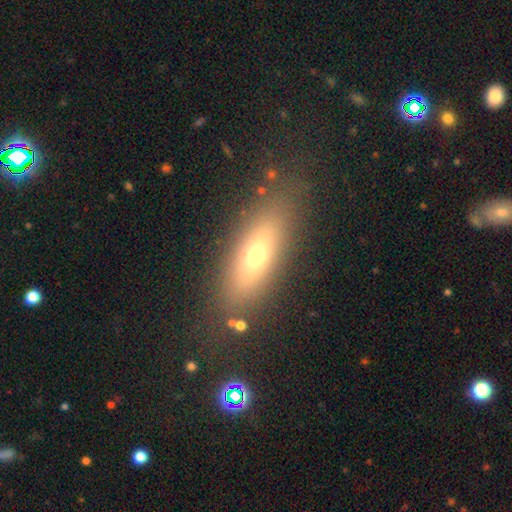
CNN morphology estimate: Overall: smooth (62%; featured or disk 27%). How rounded: in between (54%; cigar-shaped 42%). Merging: none (82%).